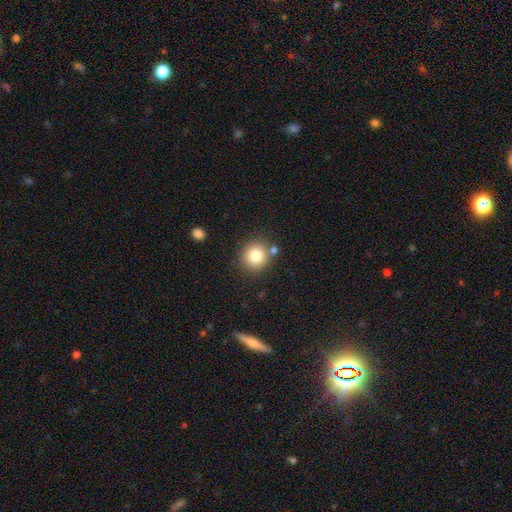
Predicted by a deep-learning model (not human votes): Overall: smooth (81%). How rounded: round (90%). Merging: none (79%).